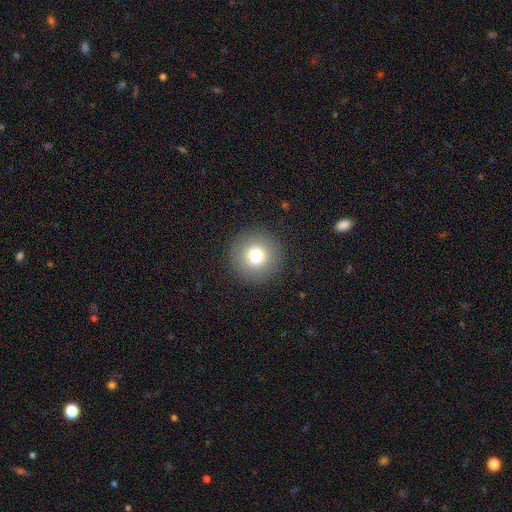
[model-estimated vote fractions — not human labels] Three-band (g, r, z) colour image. It shows a smooth galaxy with no disk features (76%) that is round (97%). Merging: none (91%).